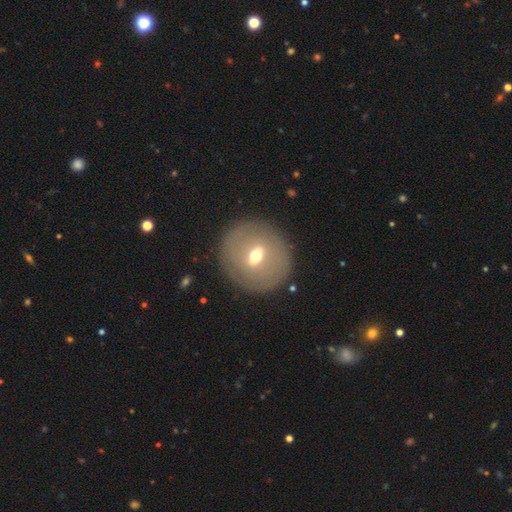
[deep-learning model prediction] Q: Smooth or featured?
A: featured or disk (53%); runner-up: smooth (39%)
Q: Edge-on disk?
A: no (83%); runner-up: yes (17%)
Q: Merging?
A: none (85%); runner-up: minor disturbance (9%)